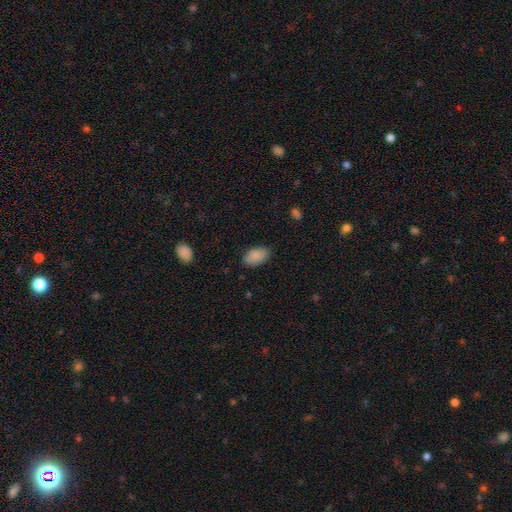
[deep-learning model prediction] A smooth galaxy with no disk features (89%) that is in between round and cigar-shaped (93%).

Vote fractions:
- Smooth or featured? smooth: 89% / star or artifact: 7% / featured or disk: 4%
- How rounded? in between: 93% / round: 5% / cigar-shaped: 2%
- Merging? none: 84% / minor disturbance: 12% / major disturbance: 3% / merger: 1%